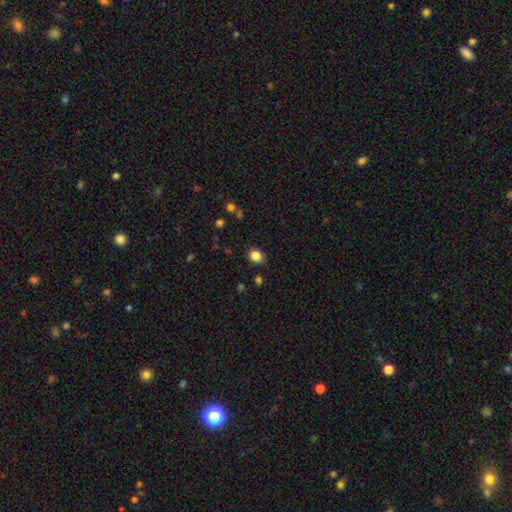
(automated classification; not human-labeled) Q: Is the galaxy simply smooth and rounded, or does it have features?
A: smooth — 85%.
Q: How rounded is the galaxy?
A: round — 67%.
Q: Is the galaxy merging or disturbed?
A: none — 86%.